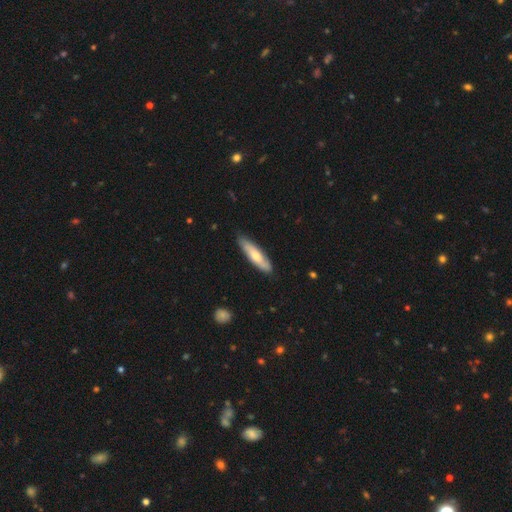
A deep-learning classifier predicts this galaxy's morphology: Smooth or featured?
  - smooth: 63% *
  - featured or disk: 33%
  - star or artifact: 5%
How rounded?
  - cigar-shaped: 71% *
  - in between: 28%
  - round: 2%
Merging?
  - none: 82% *
  - minor disturbance: 14%
  - major disturbance: 2%
  - merger: 1%